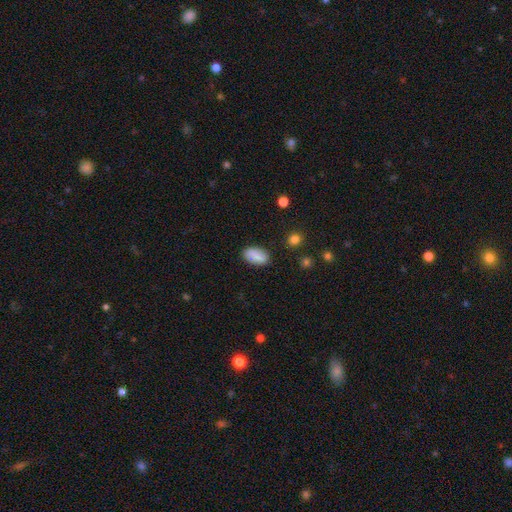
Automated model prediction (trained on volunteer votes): Smooth or featured? Predicted: smooth (p=0.83). How rounded? Predicted: in between (p=0.91). Merging? Predicted: none (p=0.84).